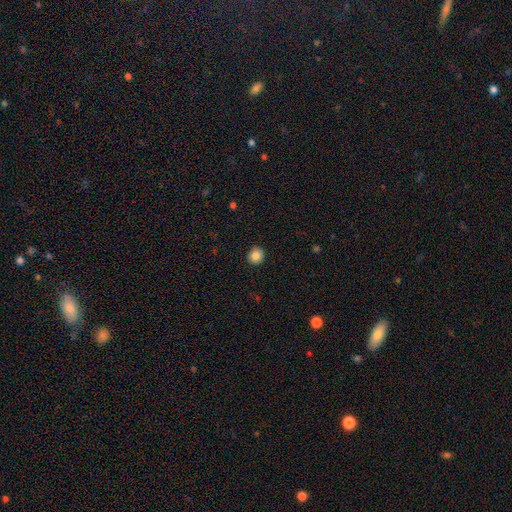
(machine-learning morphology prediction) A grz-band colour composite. It shows a smooth galaxy with no disk features (85%) that is round (87%). Merging: none (91%).